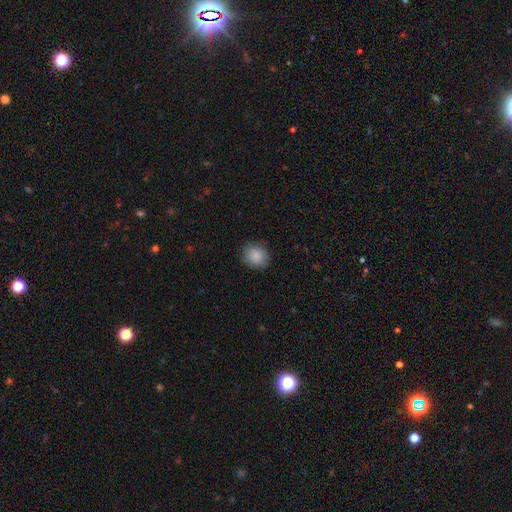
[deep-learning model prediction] The model was most divided on "how rounded": round: 65%, in between: 34%, cigar-shaped: 1%. More confident: smooth or featured — smooth (88%); merging — none (85%).